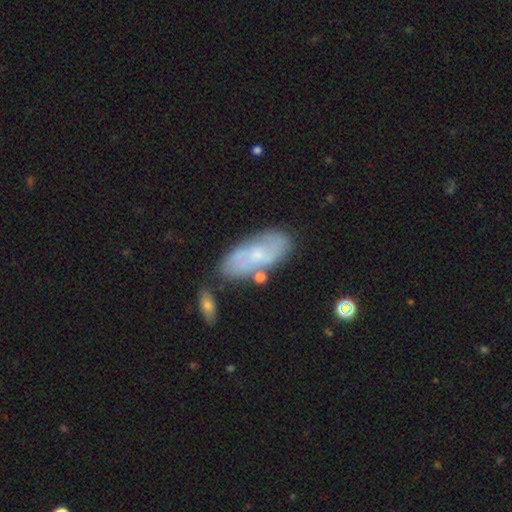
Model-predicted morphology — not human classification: Smooth or featured?
  - featured or disk: 51% *
  - smooth: 42%
  - star or artifact: 7%
Edge-on disk?
  - no: 89% *
  - yes: 11%
Merging?
  - none: 67% *
  - minor disturbance: 18%
  - merger: 11%
  - major disturbance: 5%